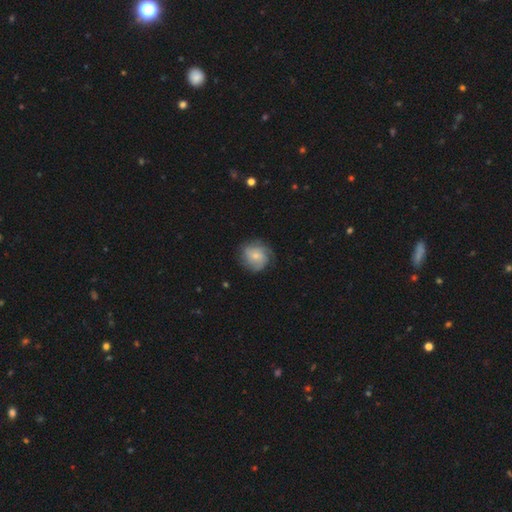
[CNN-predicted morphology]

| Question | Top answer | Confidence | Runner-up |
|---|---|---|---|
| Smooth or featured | featured or disk | 61% | smooth (32%) |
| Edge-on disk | no | 98% | yes (2%) |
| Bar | no | 74% | weak (23%) |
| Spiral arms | yes | 90% | no (10%) |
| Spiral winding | tight | 53% | medium (33%) |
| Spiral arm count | can't tell | 35% | 3 (24%) |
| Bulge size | small | 63% | moderate (30%) |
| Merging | none | 74% | minor disturbance (17%) |